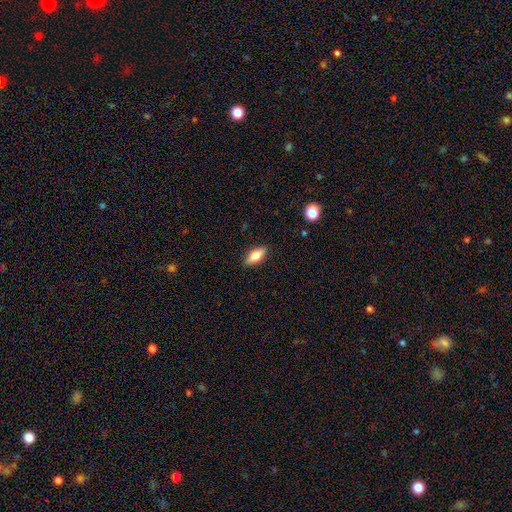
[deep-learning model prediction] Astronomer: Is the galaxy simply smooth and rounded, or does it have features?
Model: smooth — 75%.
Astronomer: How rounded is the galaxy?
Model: in between — 82%.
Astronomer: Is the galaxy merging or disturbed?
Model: none — 88%.